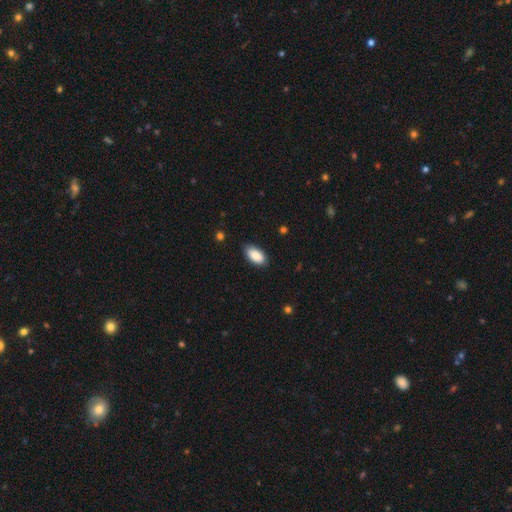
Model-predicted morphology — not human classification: smooth 87%, featured or disk 7%, star or artifact 6%. Down the decision tree: how rounded — in between (92%); merging — none (84%).